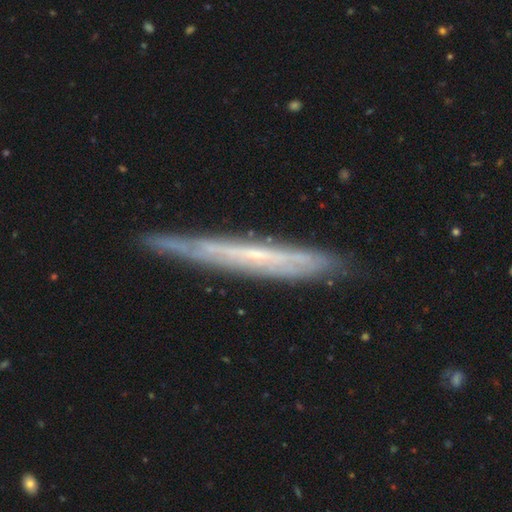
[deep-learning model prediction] Q: Smooth or featured?
A: featured or disk (70%); runner-up: smooth (23%)
Q: Edge-on disk?
A: yes (82%); runner-up: no (18%)
Q: Edge-on bulge?
A: none (79%); runner-up: rounded (17%)
Q: Merging?
A: none (78%); runner-up: minor disturbance (17%)